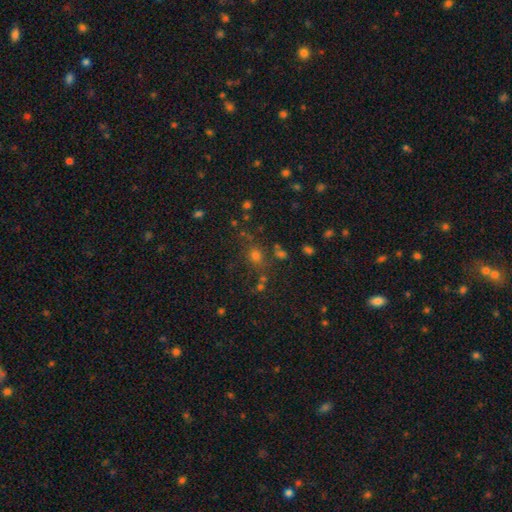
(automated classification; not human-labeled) Q: Smooth or featured?
A: smooth (54%); runner-up: star or artifact (36%)
Q: How rounded?
A: round (81%); runner-up: in between (17%)
Q: Merging?
A: none (71%); runner-up: minor disturbance (13%)